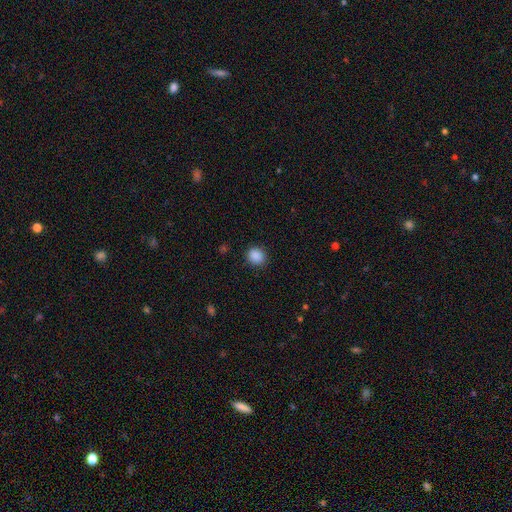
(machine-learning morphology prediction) type=smooth (88%); roundness=round (80%); merging=none (89%).